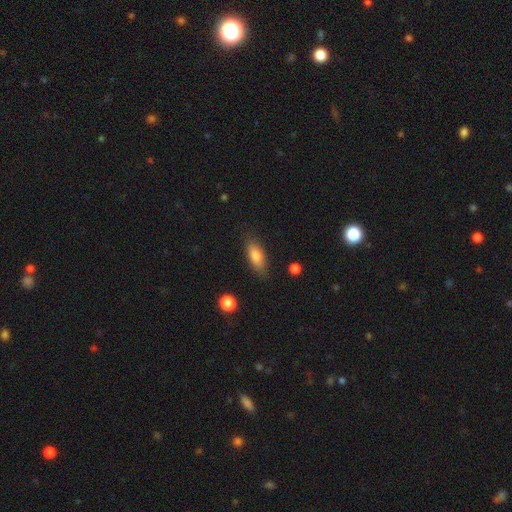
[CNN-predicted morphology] This is likely a smooth galaxy (79%). How rounded: likely in between (74%). Merging: likely none (80%).